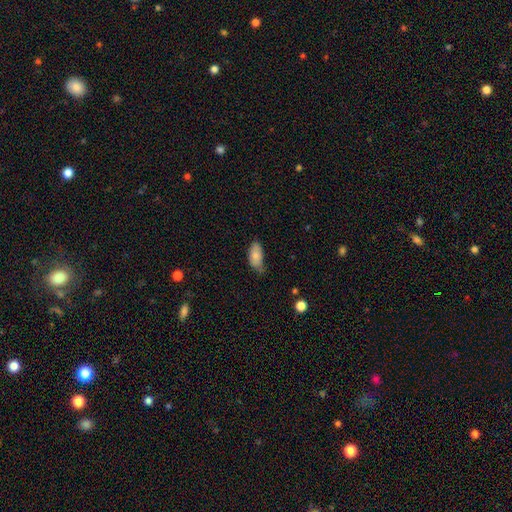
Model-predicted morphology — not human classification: This is likely a smooth galaxy (79%). How rounded: clearly in between (92%). Merging: possibly none (51%).